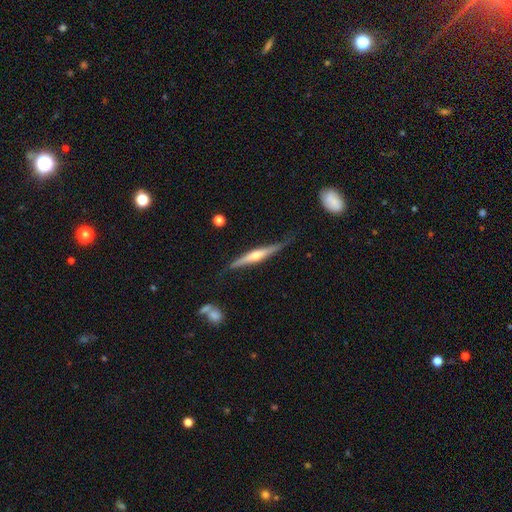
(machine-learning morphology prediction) type=featured or disk (72%); edge-on=yes (95%); edge-on bulge=rounded (87%); merging=none (70%).